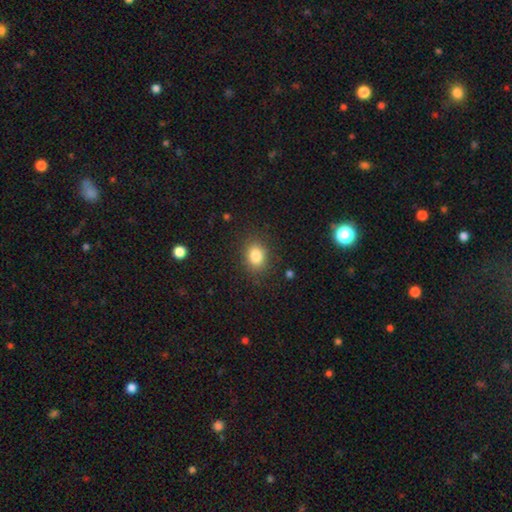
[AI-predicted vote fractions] Q: Smooth or featured?
A: smooth (83%); runner-up: star or artifact (10%)
Q: How rounded?
A: in between (58%); runner-up: round (41%)
Q: Merging?
A: none (85%); runner-up: minor disturbance (11%)